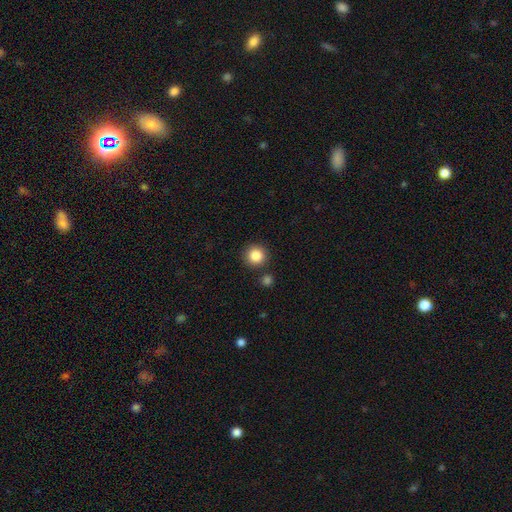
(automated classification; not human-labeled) Q: Smooth or featured?
A: smooth (86%); runner-up: star or artifact (10%)
Q: How rounded?
A: round (94%); runner-up: in between (5%)
Q: Merging?
A: none (86%); runner-up: minor disturbance (7%)